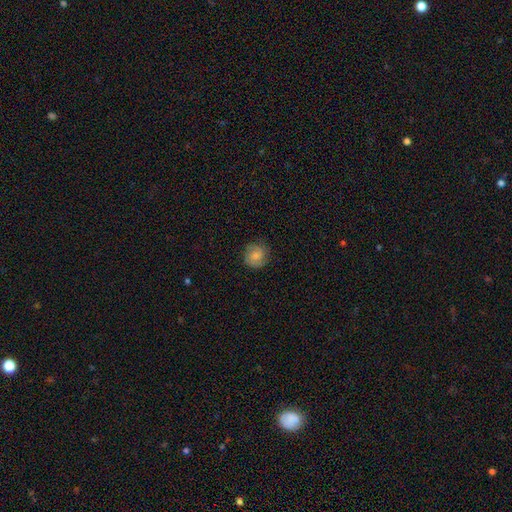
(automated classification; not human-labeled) smooth-or-featured: smooth: 66% | featured or disk: 26% | star or artifact: 8%
  how-rounded: round: 88% | in between: 11% | cigar-shaped: 1%
  merging: none: 81% | minor disturbance: 14% | major disturbance: 4% | merger: 1%